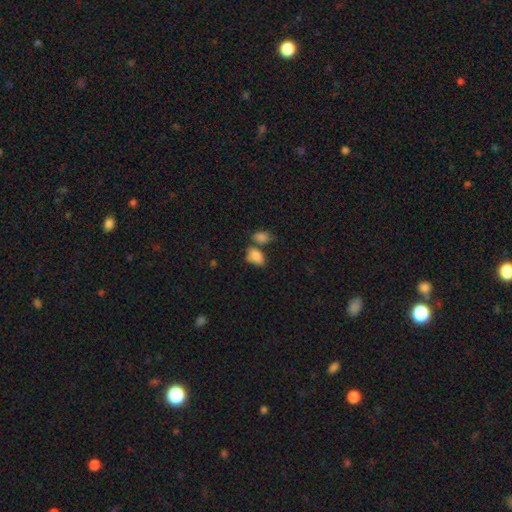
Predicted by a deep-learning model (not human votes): Smooth or featured: smooth — 84% (star or artifact — 9%)
How rounded: in between — 89% (round — 9%)
Merging: none — 46% (merger — 27%)